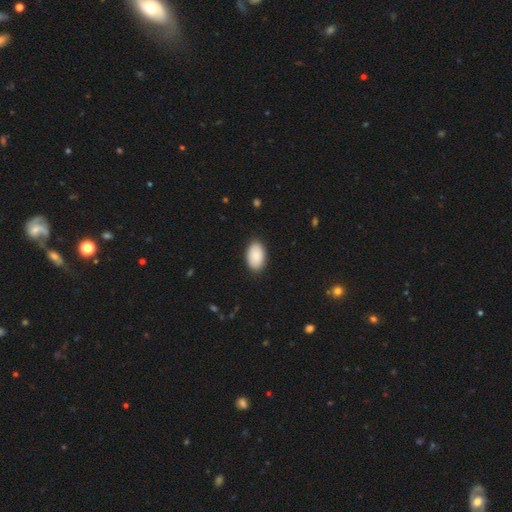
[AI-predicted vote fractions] Overall: smooth (88%). How rounded: in between (93%). Merging: none (88%).